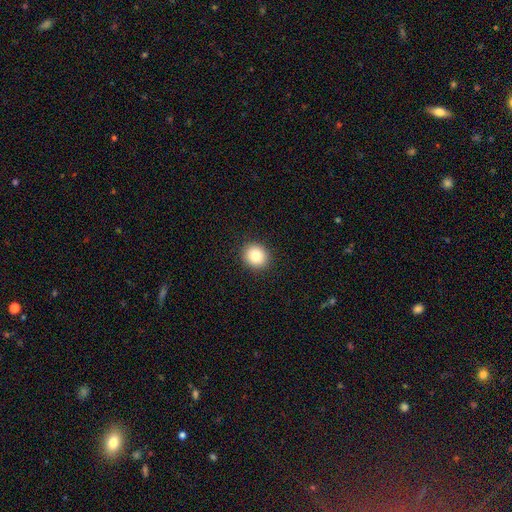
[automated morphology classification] Overall: smooth (82%). How rounded: round (83%). Merging: none (92%).